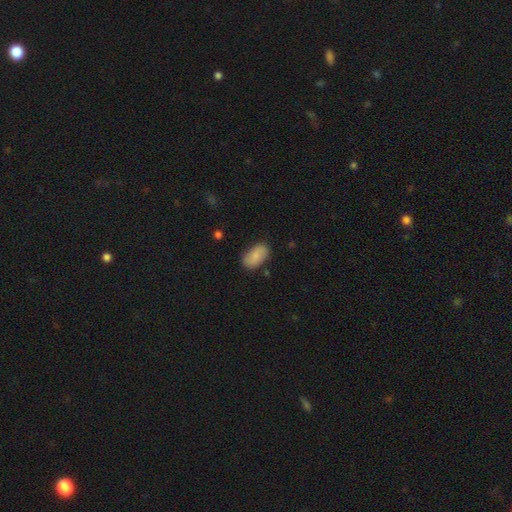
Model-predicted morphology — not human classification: Q: Smooth or featured?
A: smooth (81%); runner-up: featured or disk (13%)
Q: How rounded?
A: in between (94%); runner-up: round (4%)
Q: Merging?
A: none (81%); runner-up: minor disturbance (14%)